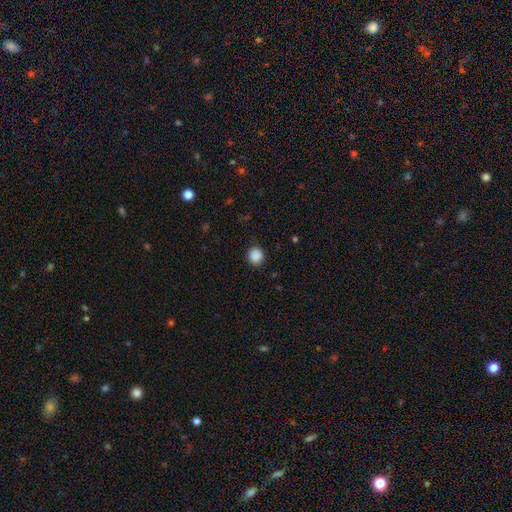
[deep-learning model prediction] A smooth galaxy with no disk features (88%) that is round (88%). Merging: none (89%).